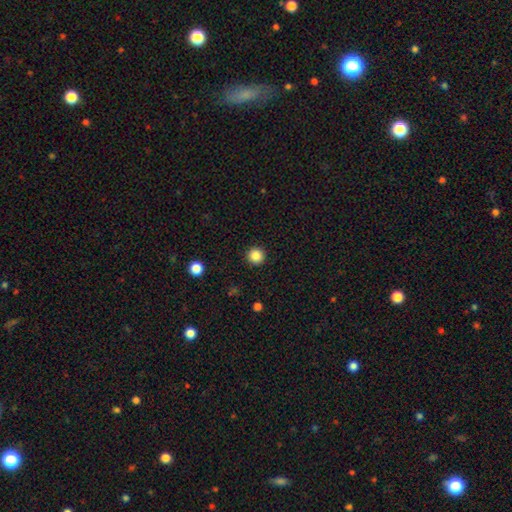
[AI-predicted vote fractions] This is clearly a smooth galaxy (85%). How rounded: clearly round (96%). Merging: clearly none (93%).